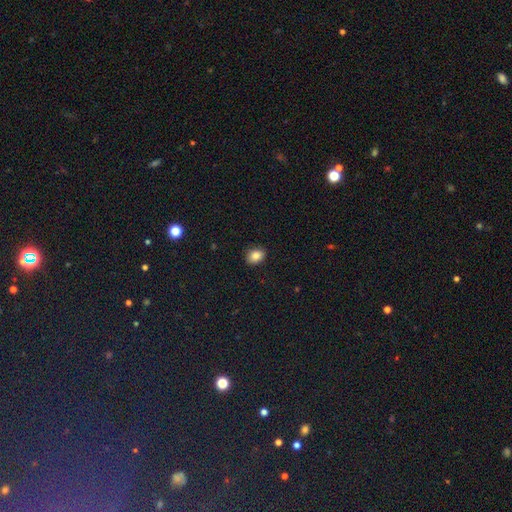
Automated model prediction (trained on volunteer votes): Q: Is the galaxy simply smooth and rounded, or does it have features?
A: smooth — 85%.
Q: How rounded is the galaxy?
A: in between — 65%.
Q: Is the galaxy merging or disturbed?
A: none — 89%.